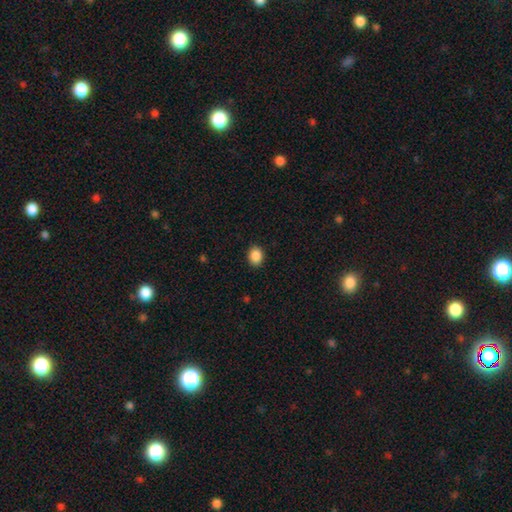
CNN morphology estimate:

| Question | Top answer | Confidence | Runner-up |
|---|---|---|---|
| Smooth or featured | smooth | 89% | star or artifact (9%) |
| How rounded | in between | 53% | round (46%) |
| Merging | none | 90% | minor disturbance (7%) |